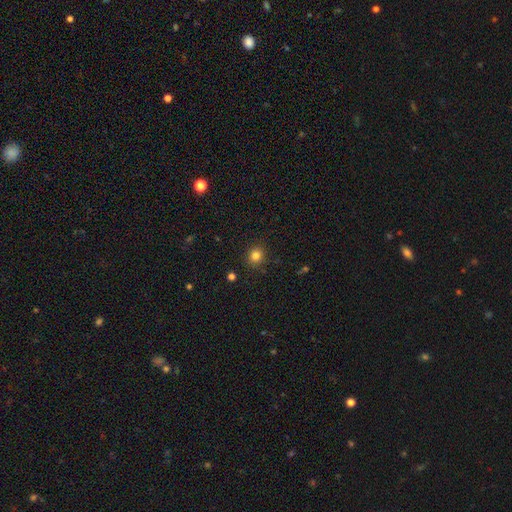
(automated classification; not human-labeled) Morphology: type=smooth (82%); roundness=round (85%); merging=none (89%).